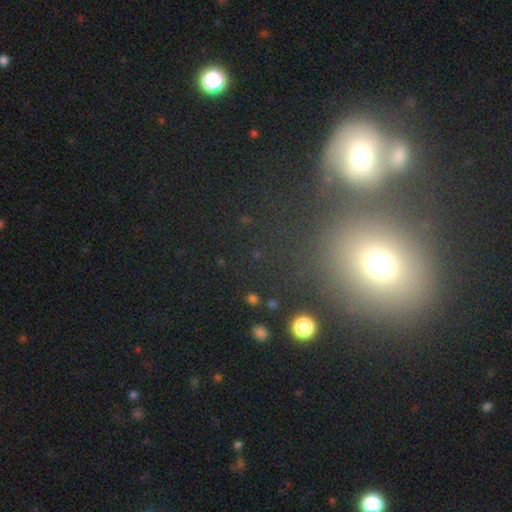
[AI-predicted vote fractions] A smooth galaxy with no disk features (49%). Merging: none (59%).